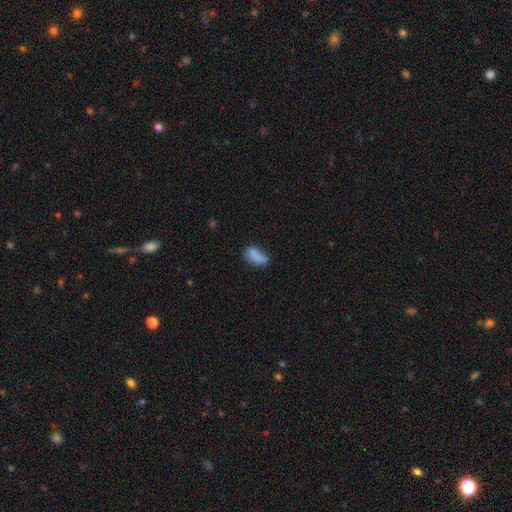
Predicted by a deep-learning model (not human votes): Morphology: type=smooth (79%); roundness=in between (86%); merging=none (47%).